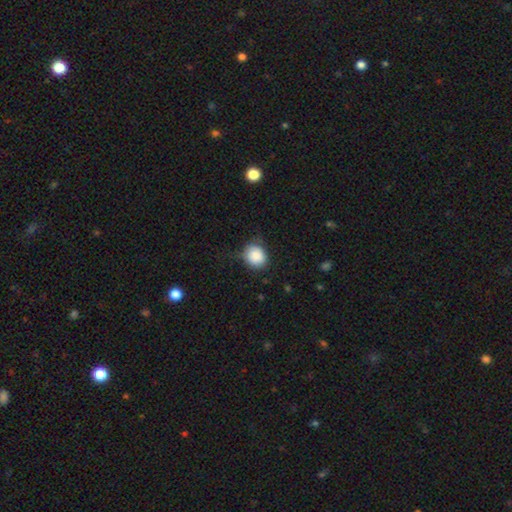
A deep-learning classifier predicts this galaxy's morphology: Smooth or featured? smooth (86%)
How rounded? round (69%)
Merging? none (67%)